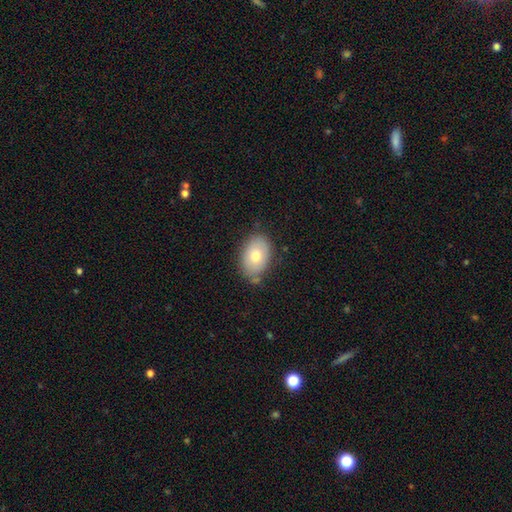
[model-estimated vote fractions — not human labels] The model was most divided on "smooth or featured": smooth: 74%, featured or disk: 18%, star or artifact: 8%. More confident: how rounded — in between (83%); merging — none (75%).